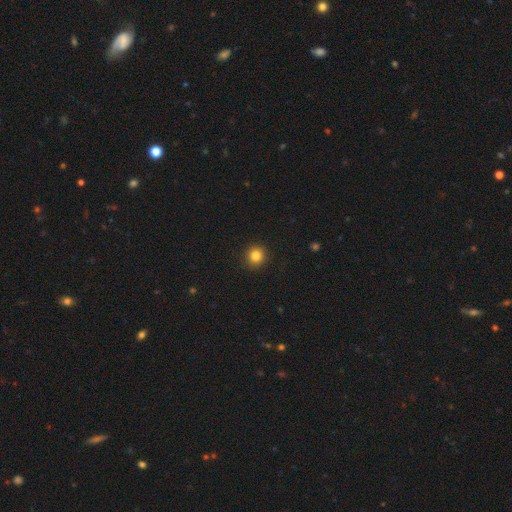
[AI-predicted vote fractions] This is clearly a smooth galaxy (84%). How rounded: clearly round (92%). Merging: clearly none (92%).